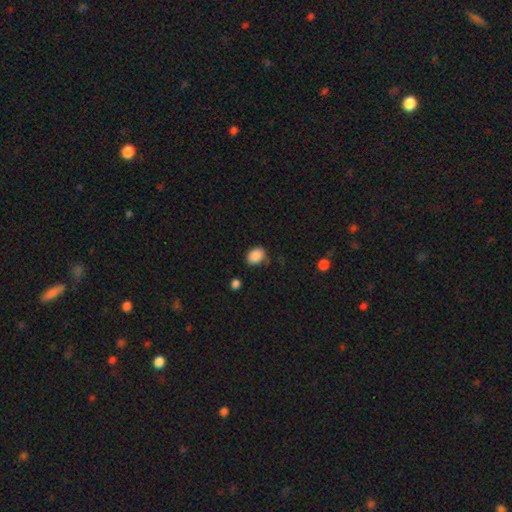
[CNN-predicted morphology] Q: Smooth or featured?
A: smooth (88%); runner-up: star or artifact (8%)
Q: How rounded?
A: in between (65%); runner-up: round (34%)
Q: Merging?
A: none (75%); runner-up: minor disturbance (18%)